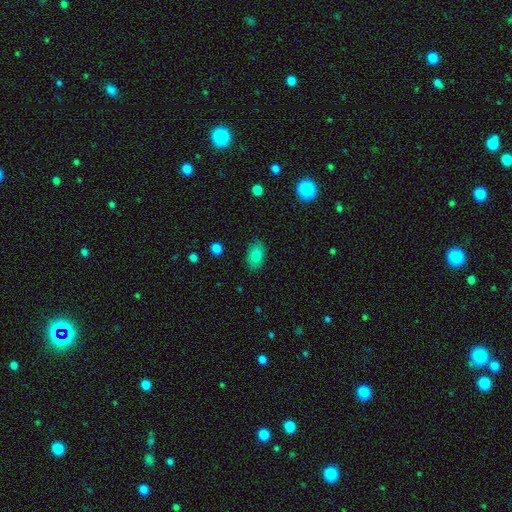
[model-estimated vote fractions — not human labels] Q: Smooth or featured?
A: smooth (79%); runner-up: featured or disk (12%)
Q: How rounded?
A: in between (87%); runner-up: round (11%)
Q: Merging?
A: none (86%); runner-up: minor disturbance (10%)